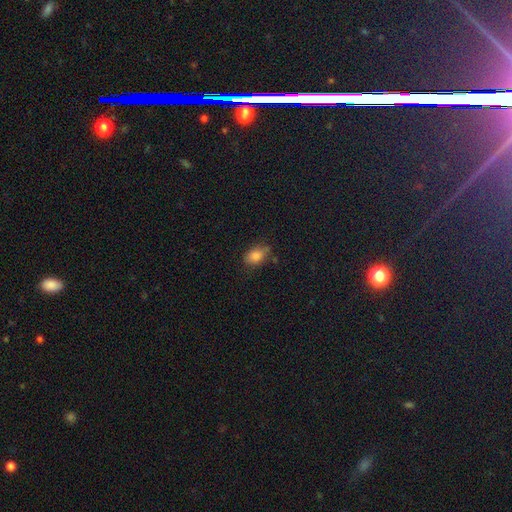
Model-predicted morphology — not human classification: Overall: smooth (84%). How rounded: in between (81%). Merging: none (70%).